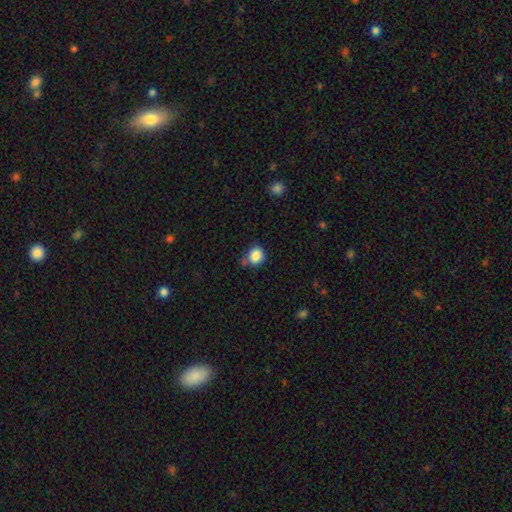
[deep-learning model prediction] Smooth or featured?
  - smooth: 87% *
  - star or artifact: 9%
  - featured or disk: 4%
How rounded?
  - round: 77% *
  - in between: 22%
  - cigar-shaped: 1%
Merging?
  - none: 64% *
  - minor disturbance: 21%
  - merger: 10%
  - major disturbance: 5%